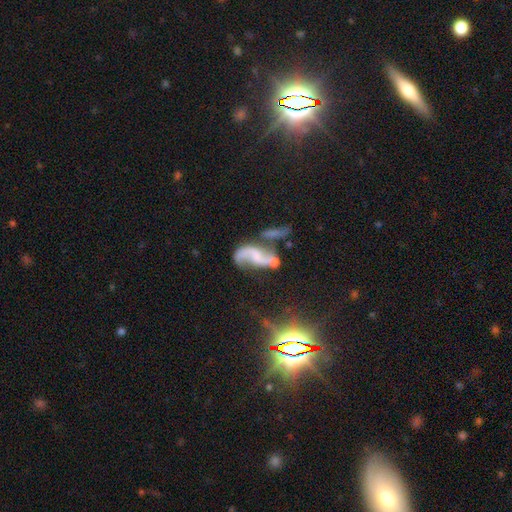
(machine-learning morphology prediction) This appears to be a featured or disk galaxy (79%) with no bar (53%), 2 (88%) loose (77%) spiral arms (89%) and no central bulge (47%). Merging: none (33%).